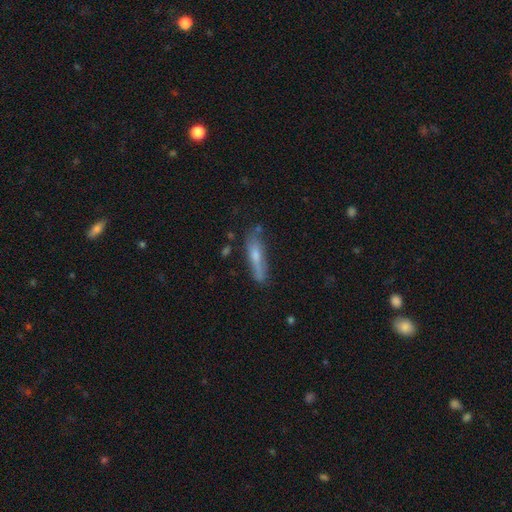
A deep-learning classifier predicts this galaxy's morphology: The model was most divided on "smooth or featured": smooth: 52%, featured or disk: 40%, star or artifact: 8%. More confident: how rounded — cigar-shaped (81%); merging — none (68%).